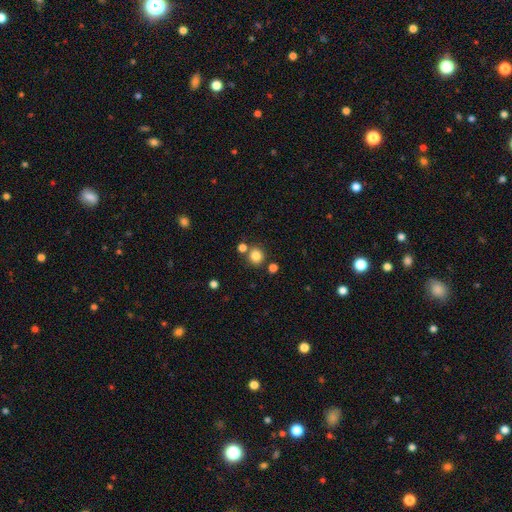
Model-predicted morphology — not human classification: Overall: smooth (83%). How rounded: round (89%). Merging: none (76%).